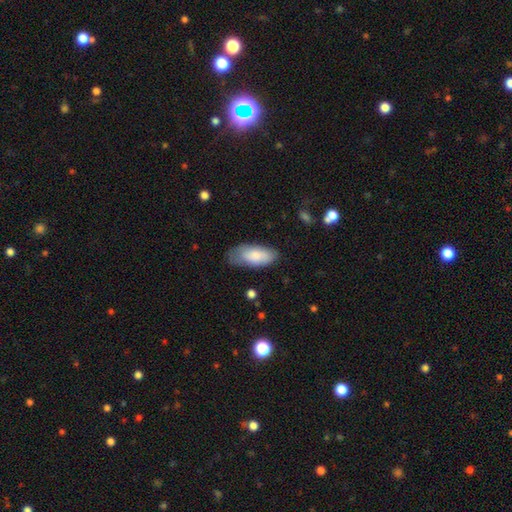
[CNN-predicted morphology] smooth-or-featured: smooth: 81% | featured or disk: 14% | star or artifact: 6%
  how-rounded: in between: 88% | cigar-shaped: 10% | round: 2%
  merging: none: 62% | minor disturbance: 29% | major disturbance: 8% | merger: 2%